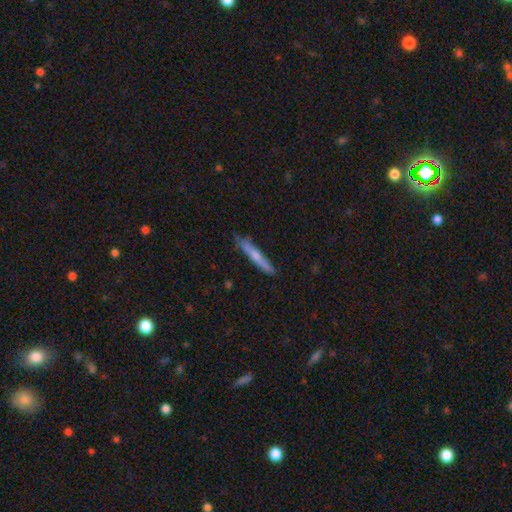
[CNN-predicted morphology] The model was most divided on "smooth or featured": smooth: 56%, featured or disk: 38%, star or artifact: 6%. More confident: how rounded — cigar-shaped (94%); merging — none (79%).